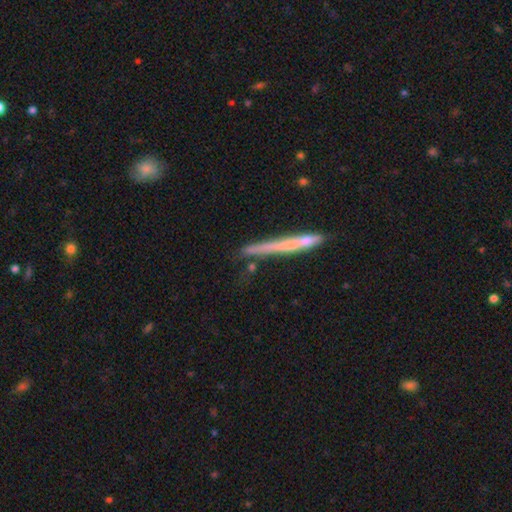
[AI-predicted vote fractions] smooth-or-featured: featured or disk: 47% | smooth: 44% | star or artifact: 9%
  merging: none: 75% | minor disturbance: 16% | merger: 5% | major disturbance: 4%